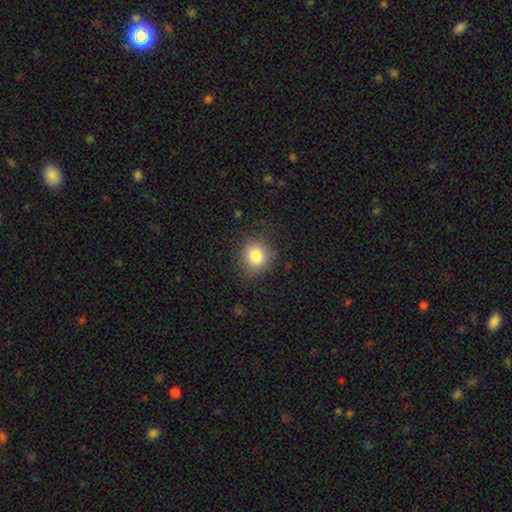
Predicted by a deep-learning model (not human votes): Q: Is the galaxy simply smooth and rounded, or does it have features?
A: smooth — 82%.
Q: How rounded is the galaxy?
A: round — 84%.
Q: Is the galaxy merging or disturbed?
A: none — 85%.